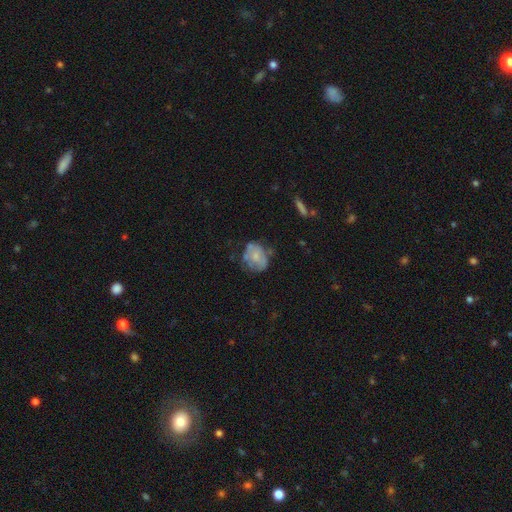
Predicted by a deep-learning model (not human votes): smooth-or-featured: smooth: 51% | featured or disk: 40% | star or artifact: 8%
  how-rounded: round: 52% | in between: 47% | cigar-shaped: 1%
  merging: none: 46% | minor disturbance: 30% | major disturbance: 17% | merger: 7%